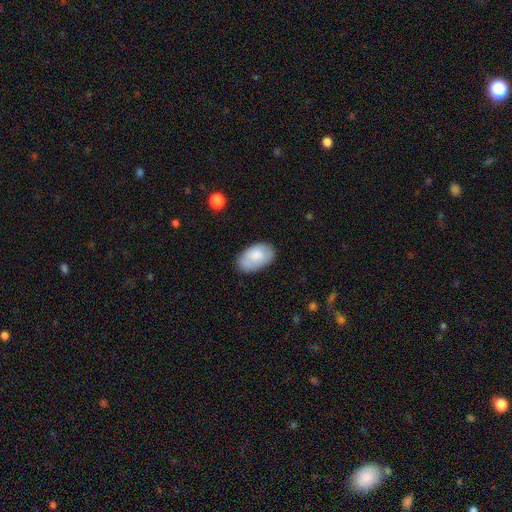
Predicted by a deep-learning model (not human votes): smooth 80%, featured or disk 14%, star or artifact 6%. Down the decision tree: how rounded — in between (94%); merging — none (78%).